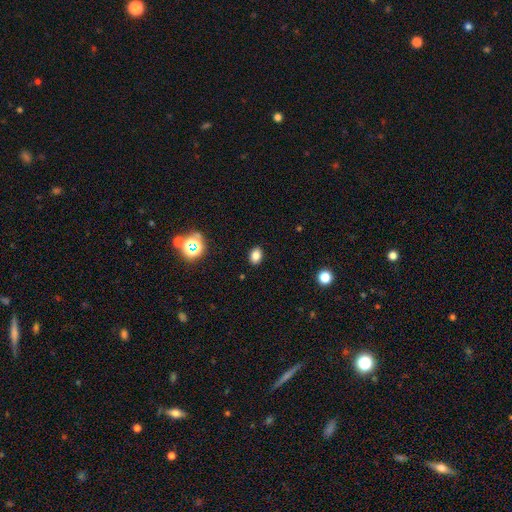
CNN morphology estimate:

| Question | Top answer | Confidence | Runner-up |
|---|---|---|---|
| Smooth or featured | smooth | 81% | star or artifact (13%) |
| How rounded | in between | 75% | round (24%) |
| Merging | none | 90% | minor disturbance (7%) |